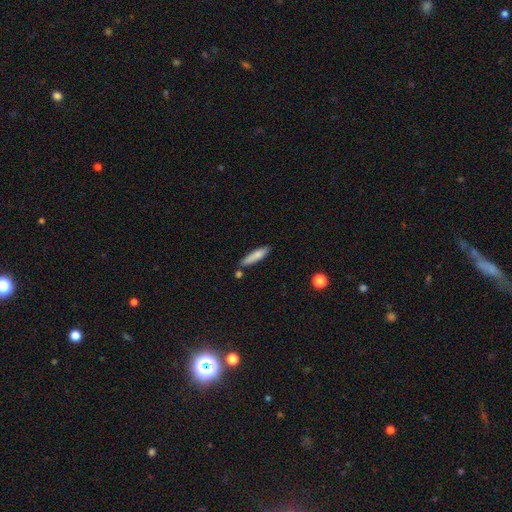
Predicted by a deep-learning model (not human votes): smooth-or-featured: smooth: 81% | featured or disk: 13% | star or artifact: 6%
  how-rounded: cigar-shaped: 78% | in between: 20% | round: 2%
  merging: none: 76% | minor disturbance: 15% | merger: 7% | major disturbance: 3%